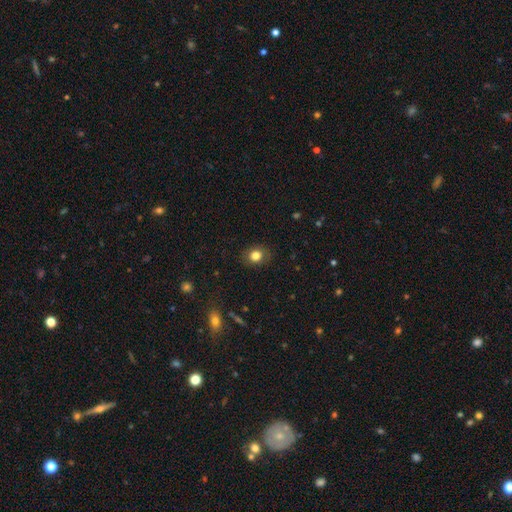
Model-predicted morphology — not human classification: Smooth or featured? smooth (82%)
How rounded? round (61%)
Merging? none (86%)